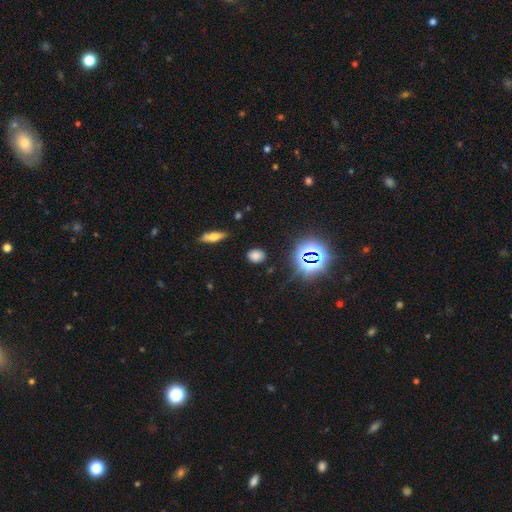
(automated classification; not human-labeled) Morphology: type=smooth (71%); roundness=in between (53%); merging=none (85%).